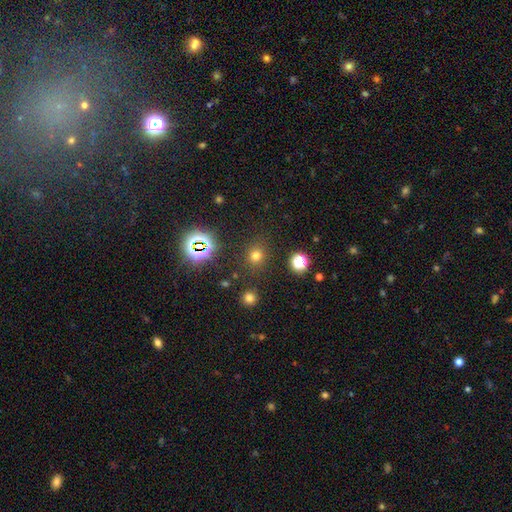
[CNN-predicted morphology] This appears to be a smooth galaxy with no disk features (68%) that is round (84%). Merging: none (84%).